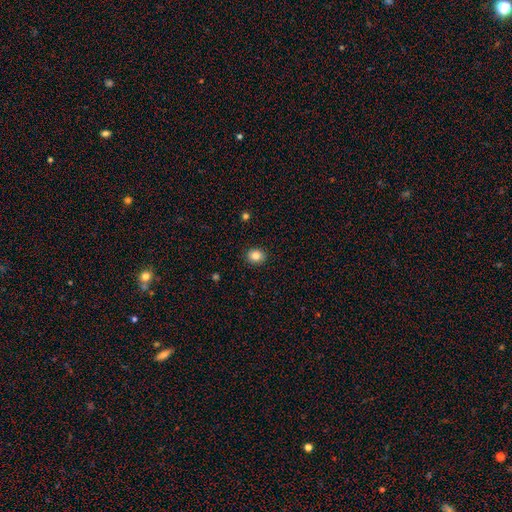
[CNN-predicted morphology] A smooth galaxy with no disk features (85%) that is round (73%). Merging: none (91%).